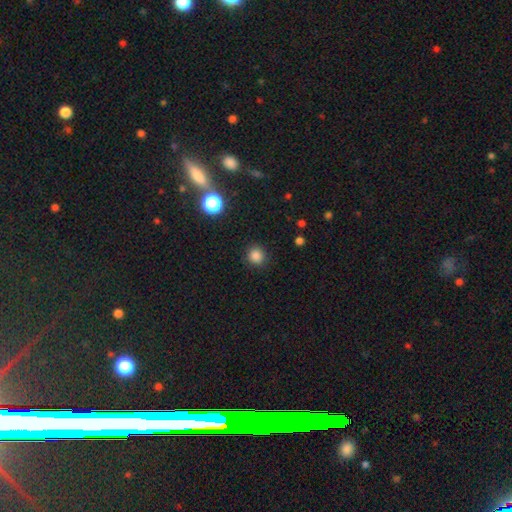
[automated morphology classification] Overall: smooth (84%). How rounded: round (92%). Merging: none (90%).